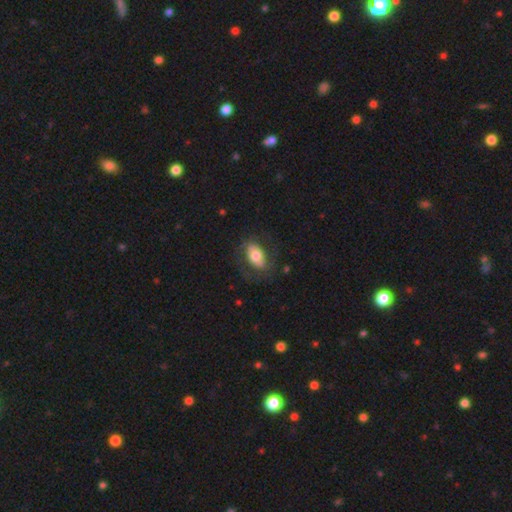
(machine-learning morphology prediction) type=smooth (62%); roundness=in between (89%); merging=none (68%).